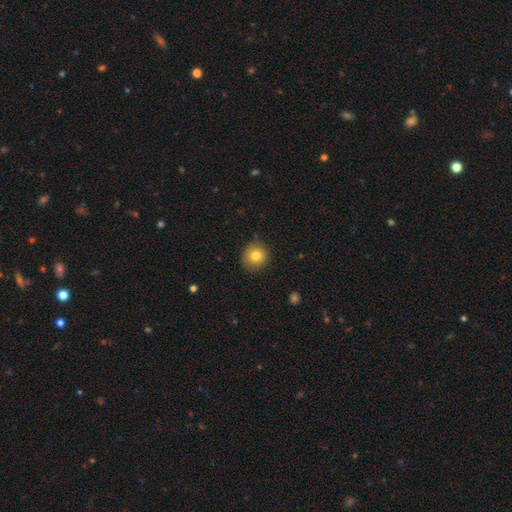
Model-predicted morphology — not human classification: Smooth or featured: smooth — 80% (star or artifact — 11%)
How rounded: round — 91% (in between — 8%)
Merging: none — 84% (minor disturbance — 12%)